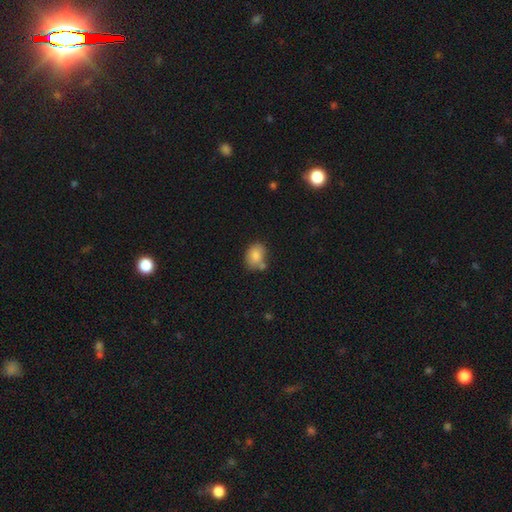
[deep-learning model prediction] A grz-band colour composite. It shows a smooth galaxy with no disk features (83%) that is in between round and cigar-shaped (61%). Merging: none (57%).